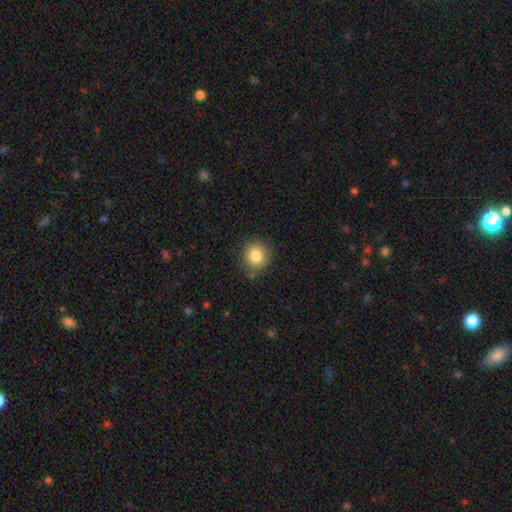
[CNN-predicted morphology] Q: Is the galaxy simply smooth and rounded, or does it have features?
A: smooth — 83%.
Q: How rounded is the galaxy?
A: round — 85%.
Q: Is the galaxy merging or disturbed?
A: none — 83%.